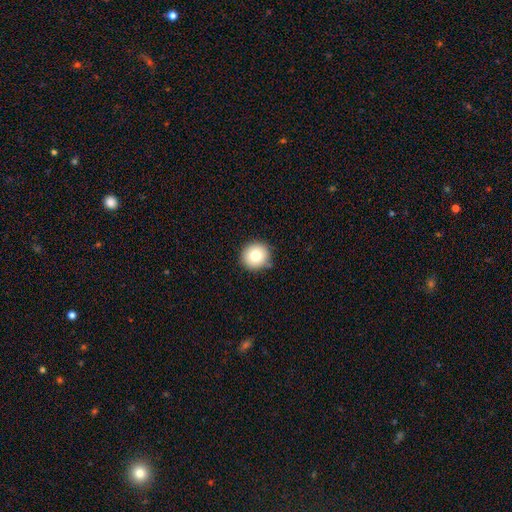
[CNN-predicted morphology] This is likely a smooth galaxy (78%). How rounded: clearly round (93%). Merging: clearly none (88%).